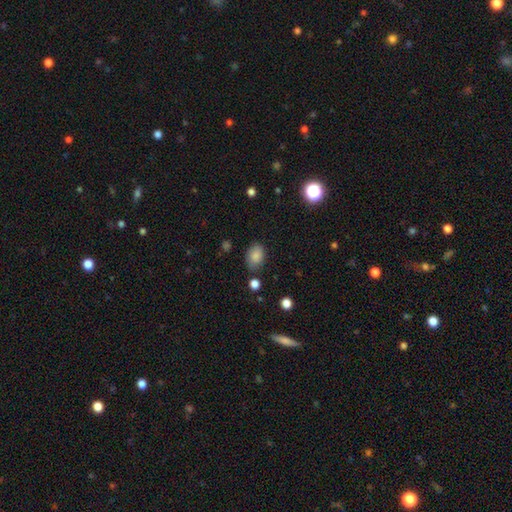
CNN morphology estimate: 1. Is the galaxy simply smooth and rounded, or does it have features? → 84% smooth, 10% star or artifact, 6% featured or disk.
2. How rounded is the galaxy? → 78% in between, 20% round, 1% cigar-shaped.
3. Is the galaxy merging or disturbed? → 77% none, 17% minor disturbance, 4% major disturbance, 3% merger.